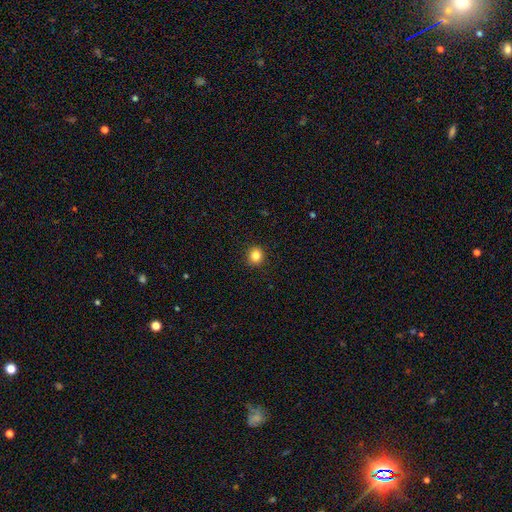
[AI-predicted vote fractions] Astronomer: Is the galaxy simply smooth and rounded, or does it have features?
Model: smooth — 84%.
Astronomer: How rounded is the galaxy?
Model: round — 88%.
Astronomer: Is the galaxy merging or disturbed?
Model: none — 92%.